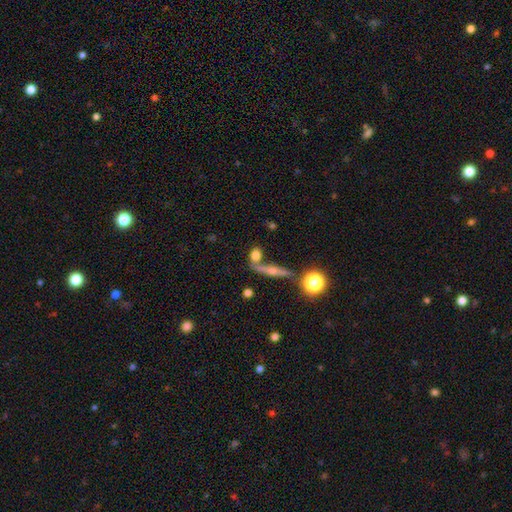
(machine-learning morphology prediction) smooth 65%, featured or disk 22%, star or artifact 13%. Down the decision tree: how rounded — in between (50%); merging — none (57%).